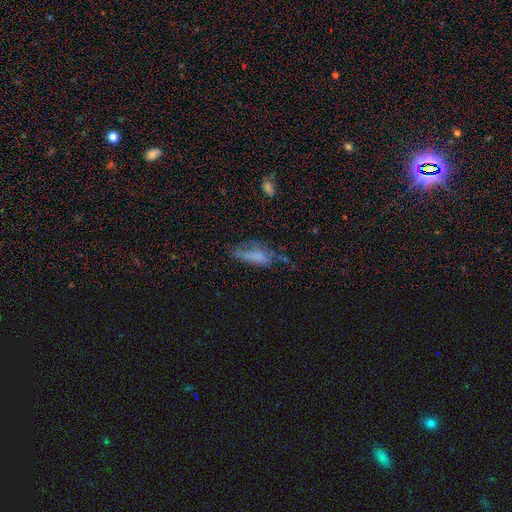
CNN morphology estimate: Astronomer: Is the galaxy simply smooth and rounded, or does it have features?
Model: smooth — 56% (runner-up: featured or disk, 31%).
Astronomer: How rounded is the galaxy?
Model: in between — 65%.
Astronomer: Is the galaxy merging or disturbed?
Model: none — 35% (runner-up: major disturbance, 31%).